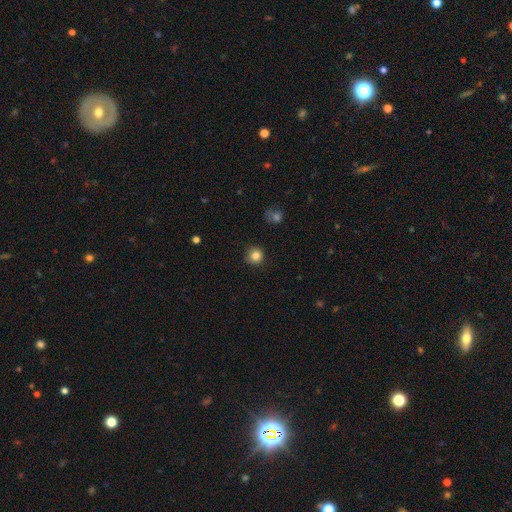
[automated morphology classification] type=smooth (84%); roundness=round (93%); merging=none (87%).